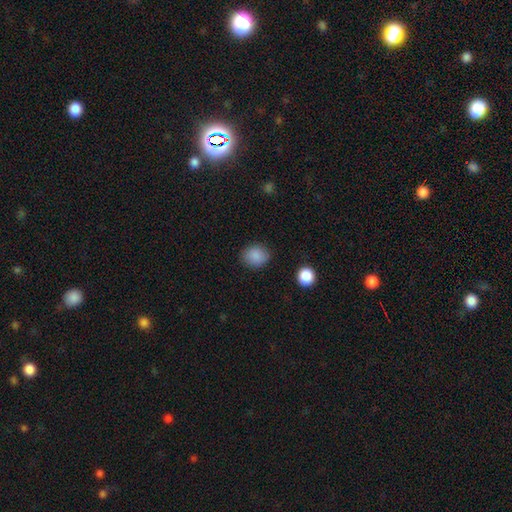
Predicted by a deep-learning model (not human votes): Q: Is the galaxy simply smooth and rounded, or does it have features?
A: smooth — 87%.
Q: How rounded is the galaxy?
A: round — 69%.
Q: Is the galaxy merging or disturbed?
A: none — 85%.